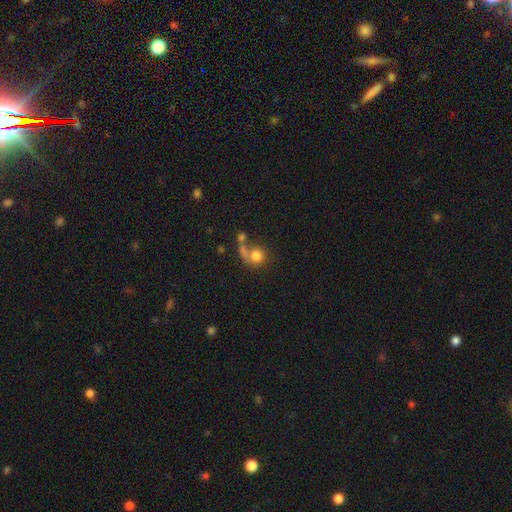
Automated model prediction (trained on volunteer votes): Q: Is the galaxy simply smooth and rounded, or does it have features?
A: smooth — 75%.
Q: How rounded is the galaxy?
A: round — 83%.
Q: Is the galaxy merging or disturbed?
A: none — 35%, tied with merger.